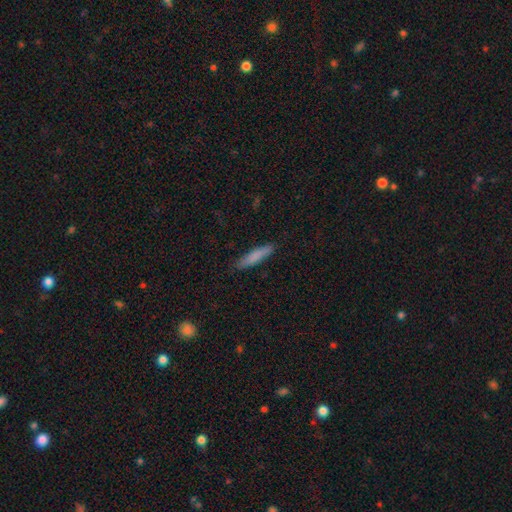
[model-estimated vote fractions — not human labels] smooth-or-featured: smooth: 80% | featured or disk: 14% | star or artifact: 6%
  how-rounded: cigar-shaped: 87% | in between: 12% | round: 1%
  merging: none: 87% | minor disturbance: 10% | major disturbance: 2% | merger: 1%